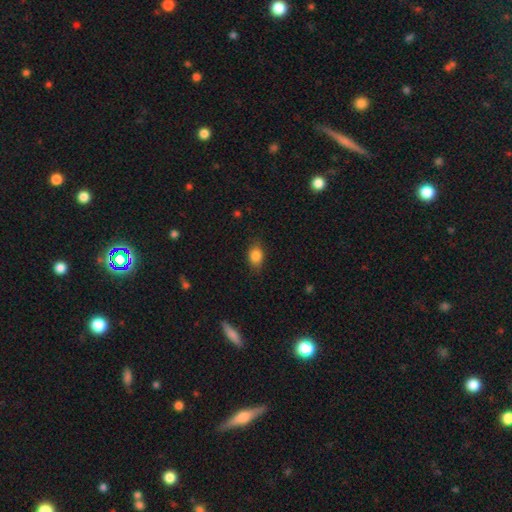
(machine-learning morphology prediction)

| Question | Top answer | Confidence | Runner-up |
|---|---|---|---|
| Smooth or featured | smooth | 84% | star or artifact (9%) |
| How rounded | in between | 76% | round (22%) |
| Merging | none | 82% | minor disturbance (14%) |